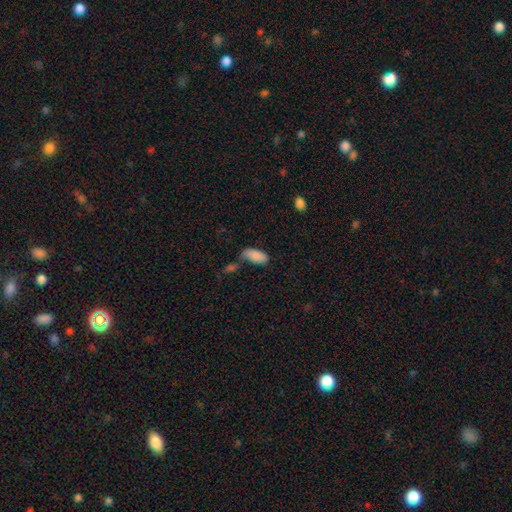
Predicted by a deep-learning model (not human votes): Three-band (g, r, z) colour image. It shows a smooth galaxy with no disk features (86%) that is in between round and cigar-shaped (89%). Merging: none (48%).